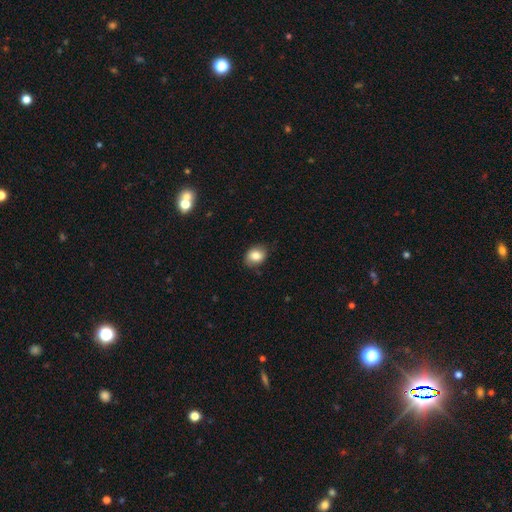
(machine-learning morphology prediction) type=smooth (83%); roundness=in between (60%); merging=none (77%).